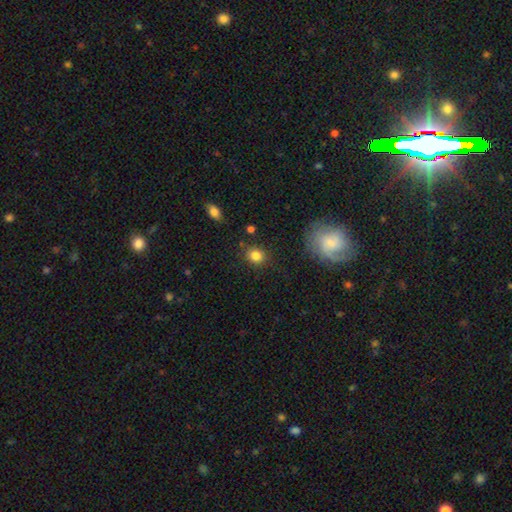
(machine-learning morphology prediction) type=smooth (84%); roundness=round (71%); merging=none (83%).